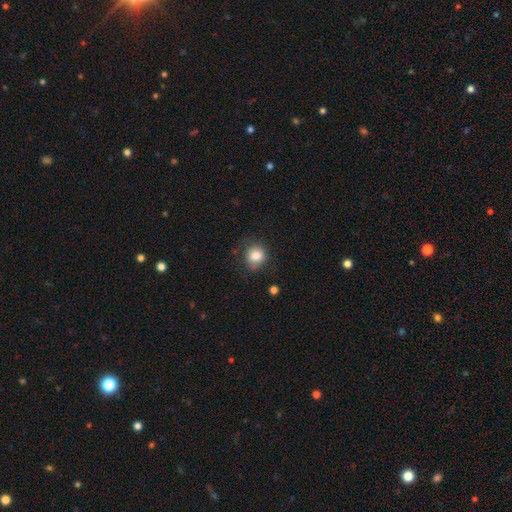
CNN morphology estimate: smooth-or-featured: smooth: 83% | star or artifact: 10% | featured or disk: 8%
  how-rounded: round: 76% | in between: 23% | cigar-shaped: 1%
  merging: none: 68% | minor disturbance: 23% | major disturbance: 7% | merger: 2%